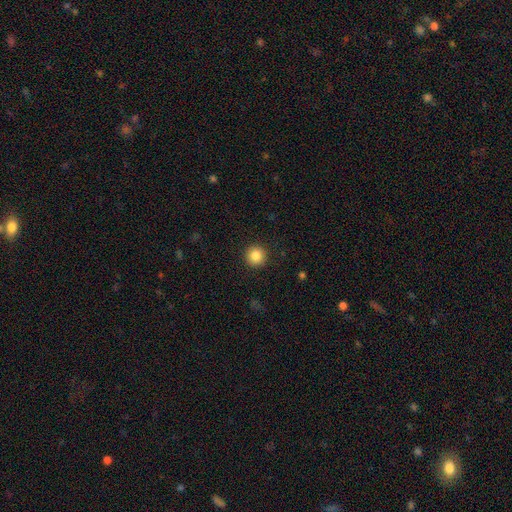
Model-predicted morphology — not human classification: Smooth or featured?
  - smooth: 86% *
  - star or artifact: 10%
  - featured or disk: 5%
How rounded?
  - round: 96% *
  - in between: 3%
  - cigar-shaped: 1%
Merging?
  - none: 93% *
  - minor disturbance: 4%
  - major disturbance: 2%
  - merger: 1%